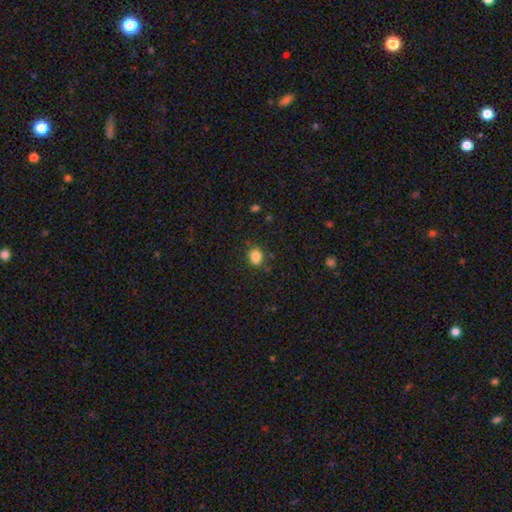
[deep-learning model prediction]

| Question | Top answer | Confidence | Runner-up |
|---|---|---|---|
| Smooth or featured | smooth | 83% | star or artifact (11%) |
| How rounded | round | 52% | in between (47%) |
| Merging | none | 76% | minor disturbance (17%) |